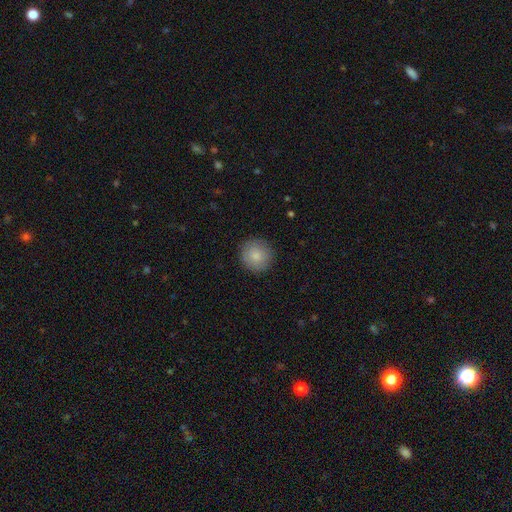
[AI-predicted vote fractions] Smooth or featured: smooth — 85% (featured or disk — 8%)
How rounded: round — 95% (in between — 4%)
Merging: none — 90% (minor disturbance — 7%)